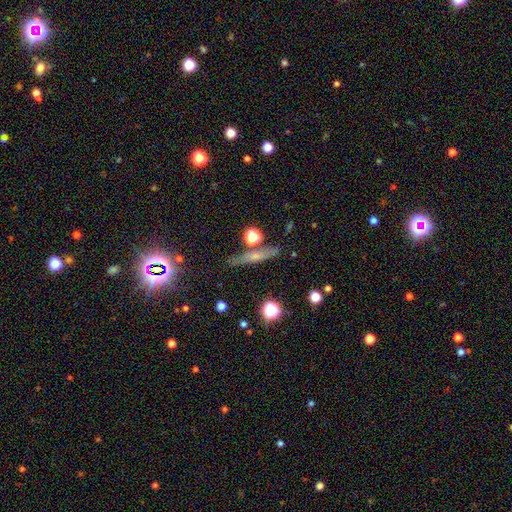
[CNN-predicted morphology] smooth 44%, featured or disk 42%, star or artifact 14%. Down the decision tree: merging — none (81%).